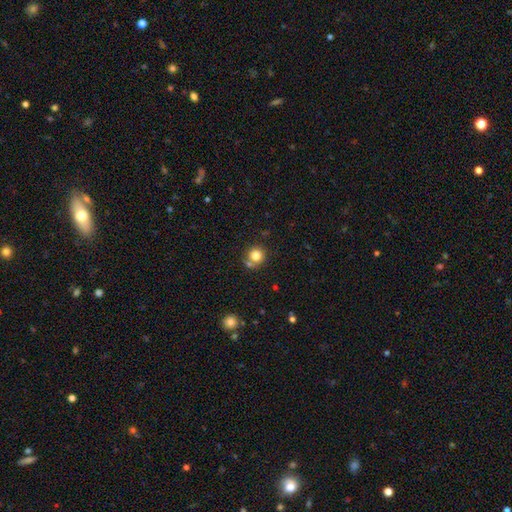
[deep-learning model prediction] smooth-or-featured: smooth: 81% | star or artifact: 11% | featured or disk: 8%
  how-rounded: round: 92% | in between: 8% | cigar-shaped: 1%
  merging: none: 69% | merger: 17% | minor disturbance: 10% | major disturbance: 3%